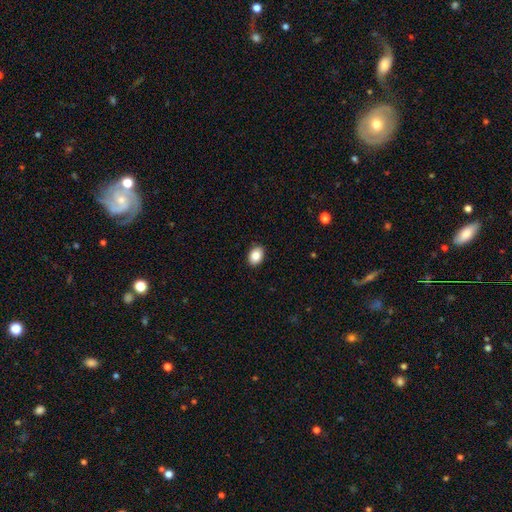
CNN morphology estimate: smooth-or-featured: smooth: 88% | star or artifact: 8% | featured or disk: 5%
  how-rounded: in between: 75% | round: 24% | cigar-shaped: 1%
  merging: none: 90% | minor disturbance: 7% | major disturbance: 2% | merger: 1%